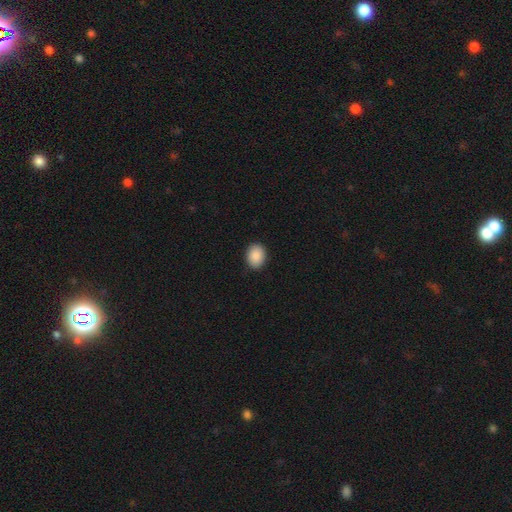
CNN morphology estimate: smooth 90%, star or artifact 7%, featured or disk 3%. Down the decision tree: how rounded — in between (60%); merging — none (89%).